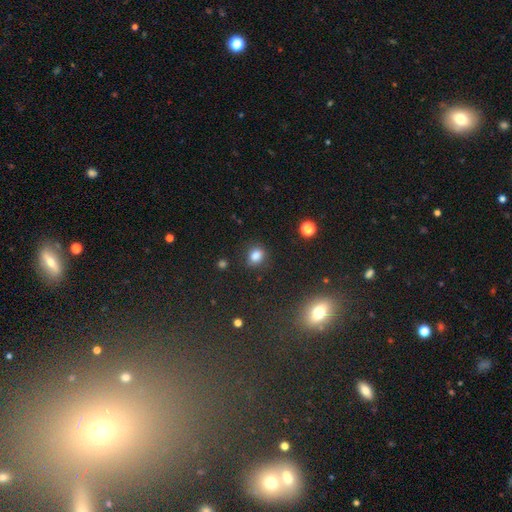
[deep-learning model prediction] Morphology: type=smooth (83%); roundness=round (49%, tied with in between); merging=none (77%).